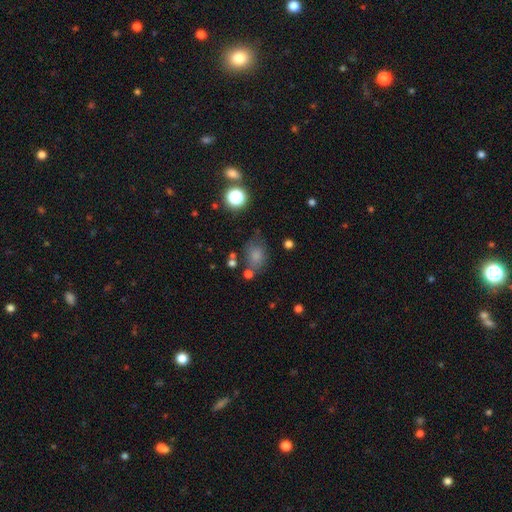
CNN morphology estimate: A smooth galaxy with no disk features (75%) that is in between round and cigar-shaped (69%).

Vote fractions:
- Smooth or featured? smooth: 75% / star or artifact: 14% / featured or disk: 10%
- How rounded? in between: 69% / round: 29% / cigar-shaped: 2%
- Merging? none: 58% / minor disturbance: 23% / major disturbance: 11% / merger: 9%